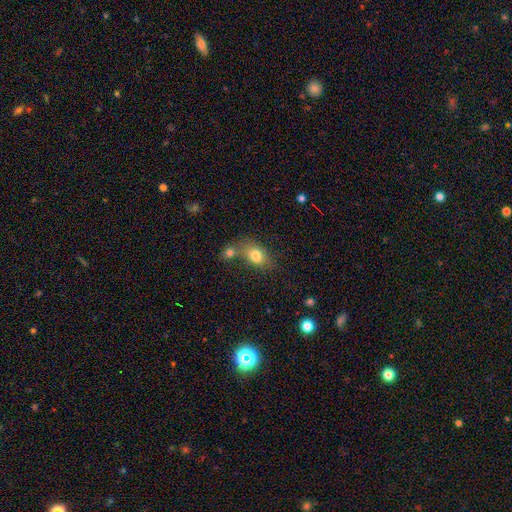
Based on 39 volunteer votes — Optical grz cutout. It shows a smooth galaxy with no disk features (90%) that is in between round and cigar-shaped (74%). Merging: none (44%).